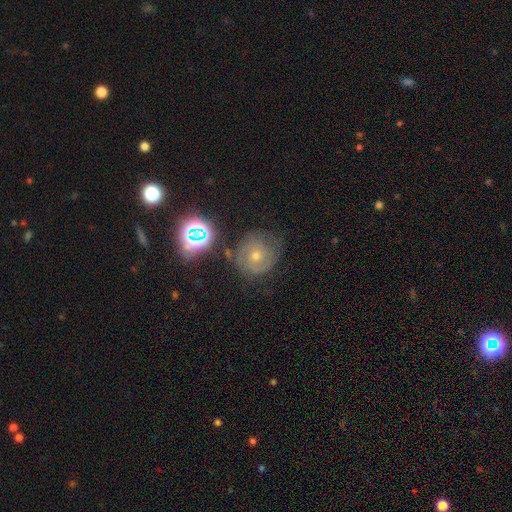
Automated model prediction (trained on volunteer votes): Smooth or featured?
  - featured or disk: 63% *
  - smooth: 19%
  - star or artifact: 18%
Edge-on disk?
  - no: 97% *
  - yes: 3%
Bar?
  - no: 74% *
  - weak: 21%
  - strong: 5%
Spiral arms?
  - yes: 89% *
  - no: 11%
Spiral winding?
  - tight: 66% *
  - medium: 28%
  - loose: 7%
Spiral arm count?
  - 2: 44% *
  - can't tell: 30%
  - 3: 14%
  - 1: 6%
  - 4: 3%
  - more than 4: 3%
Bulge size?
  - moderate: 52% *
  - small: 44%
  - large: 2%
  - none: 1%
  - dominant: 1%
Merging?
  - none: 71% *
  - minor disturbance: 19%
  - major disturbance: 8%
  - merger: 3%